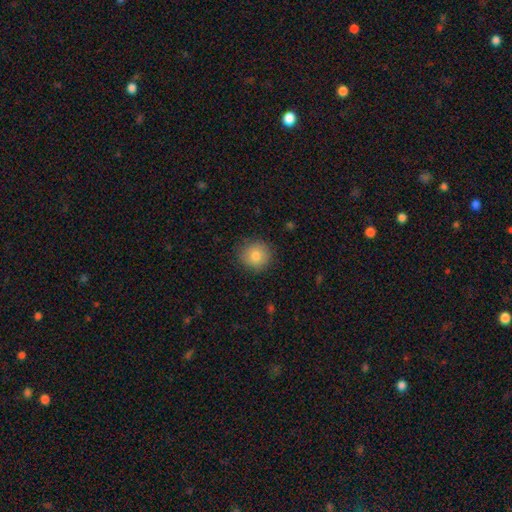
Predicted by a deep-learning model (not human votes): The model was most divided on "smooth or featured": smooth: 81%, star or artifact: 10%, featured or disk: 9%. More confident: how rounded — round (91%); merging — none (87%).